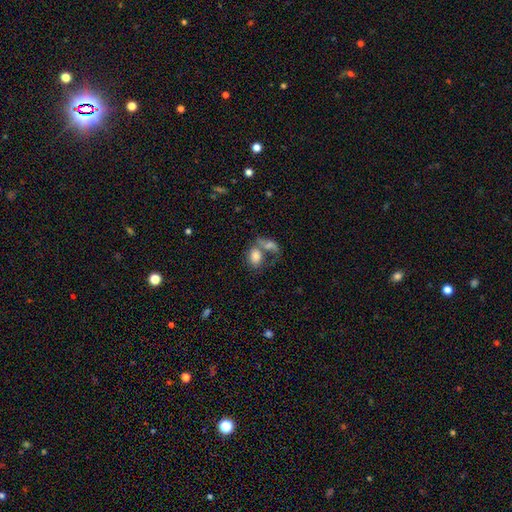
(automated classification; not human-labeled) Overall: smooth (77%). How rounded: in between (77%). Merging: merger (55%; none 27%).